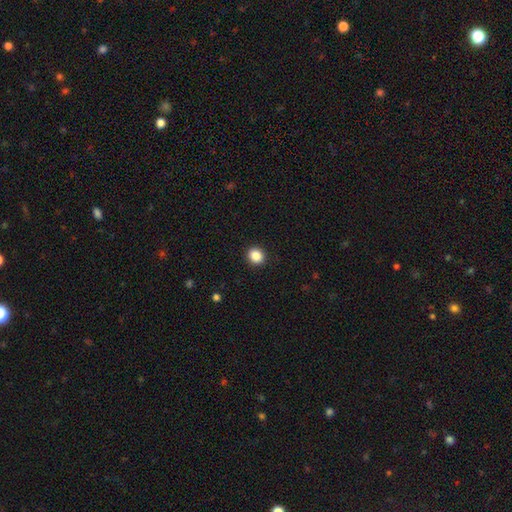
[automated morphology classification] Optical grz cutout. It shows a smooth galaxy with no disk features (87%) that is round (79%). Merging: none (92%).